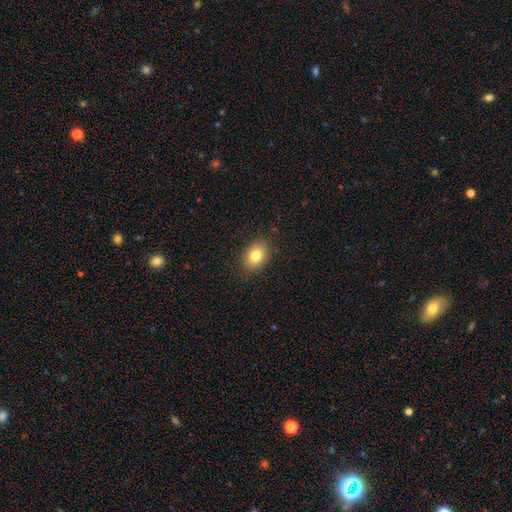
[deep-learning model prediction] Smooth or featured? Predicted: smooth (p=0.81). How rounded? Predicted: in between (p=0.76). Merging? Predicted: none (p=0.86).